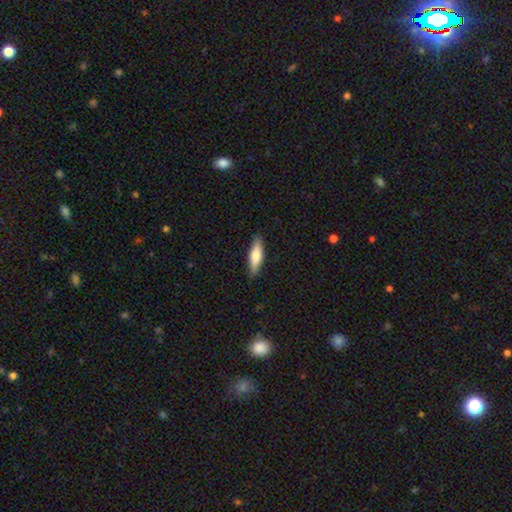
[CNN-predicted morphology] Smooth or featured? smooth (69%)
How rounded? cigar-shaped (60%)
Merging? none (89%)